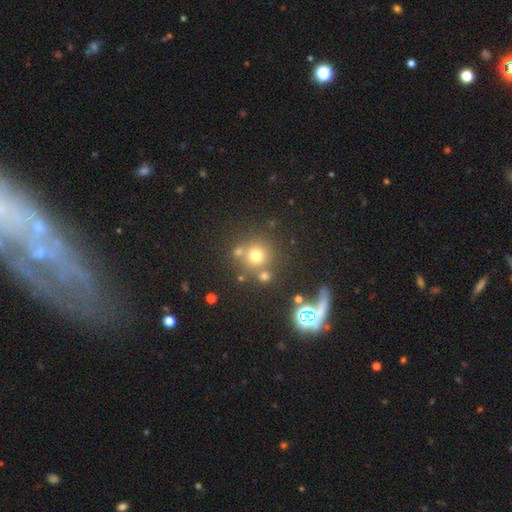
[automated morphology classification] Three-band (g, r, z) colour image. It shows a smooth galaxy with no disk features (68%) that is round (92%). Merging: none (68%).